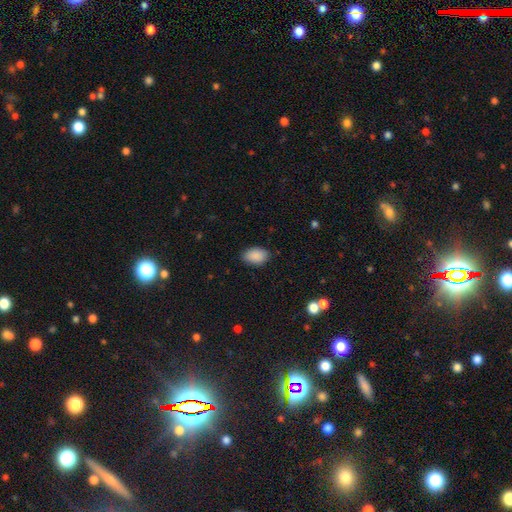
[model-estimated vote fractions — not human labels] A smooth galaxy with no disk features (89%) that is in between round and cigar-shaped (89%).

Vote fractions:
- Smooth or featured? smooth: 89% / star or artifact: 7% / featured or disk: 3%
- How rounded? in between: 89% / round: 10% / cigar-shaped: 1%
- Merging? none: 85% / minor disturbance: 12% / major disturbance: 3% / merger: 1%